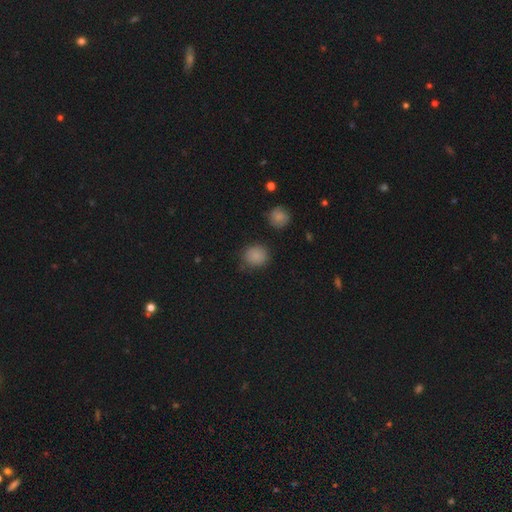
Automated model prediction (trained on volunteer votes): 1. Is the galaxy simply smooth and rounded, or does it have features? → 85% smooth, 11% star or artifact, 4% featured or disk.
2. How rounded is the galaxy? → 81% round, 18% in between, 1% cigar-shaped.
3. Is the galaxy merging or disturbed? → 80% none, 14% minor disturbance, 4% major disturbance, 3% merger.